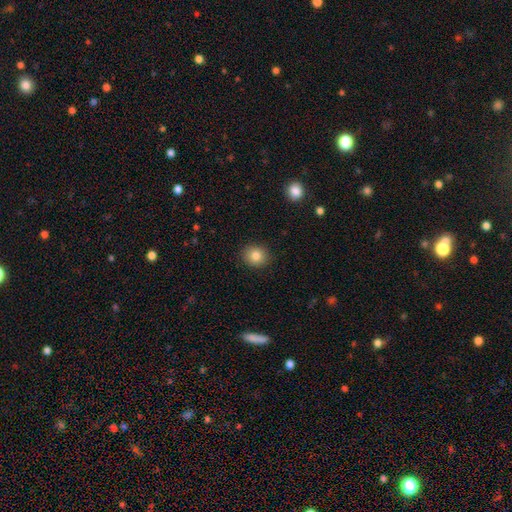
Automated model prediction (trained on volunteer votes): smooth_or_featured: smooth (p=0.83) [alt: star or artifact p=0.10]
how_rounded: round (p=0.78) [alt: in between p=0.22]
merging: none (p=0.90) [alt: minor disturbance p=0.07]